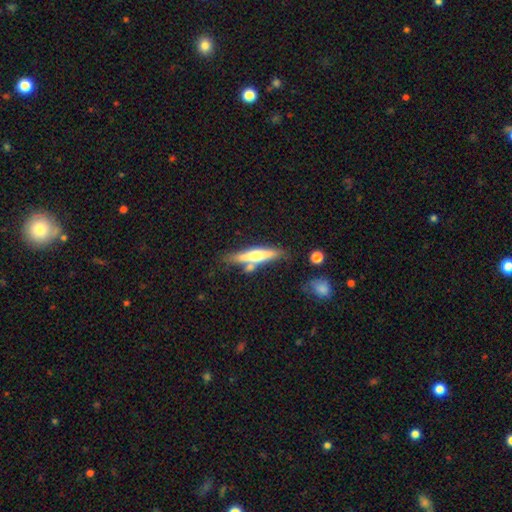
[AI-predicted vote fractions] smooth-or-featured: featured or disk: 52% | smooth: 42% | star or artifact: 6%
  disk-edge-on: yes: 93% | no: 7%
  merging: none: 70% | minor disturbance: 14% | merger: 13% | major disturbance: 3%